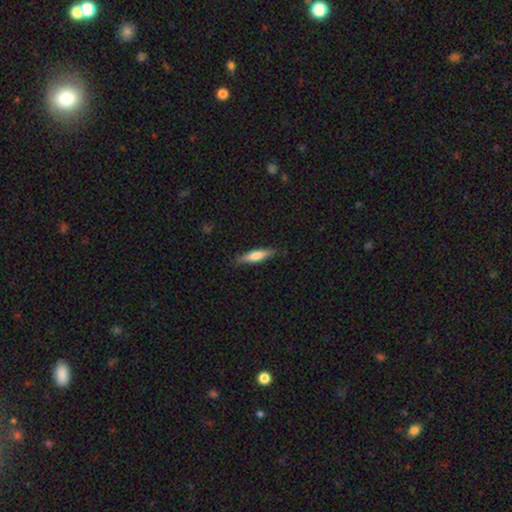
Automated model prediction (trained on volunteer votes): smooth 60%, featured or disk 34%, star or artifact 6%. Down the decision tree: how rounded — cigar-shaped (78%); merging — none (85%).